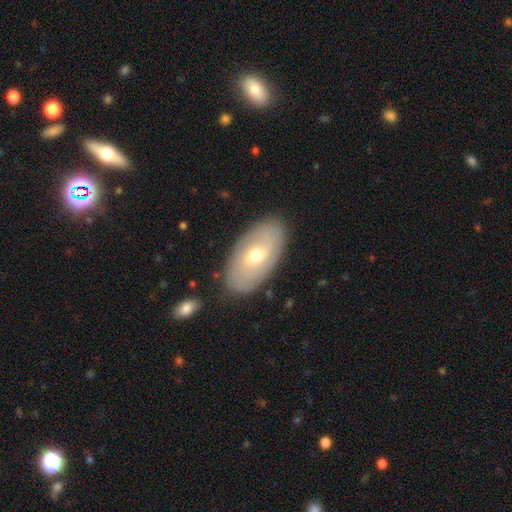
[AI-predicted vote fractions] Smooth or featured? Predicted: featured or disk (p=0.51). Edge-on disk? Predicted: no (p=0.90). Merging? Predicted: none (p=0.84).